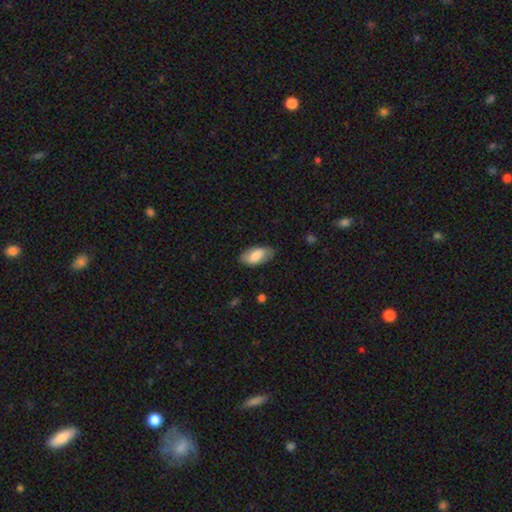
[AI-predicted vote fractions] smooth_or_featured: smooth (p=0.75) [alt: featured or disk p=0.19]
how_rounded: in between (p=0.93) [alt: cigar-shaped p=0.04]
merging: none (p=0.76) [alt: minor disturbance p=0.19]